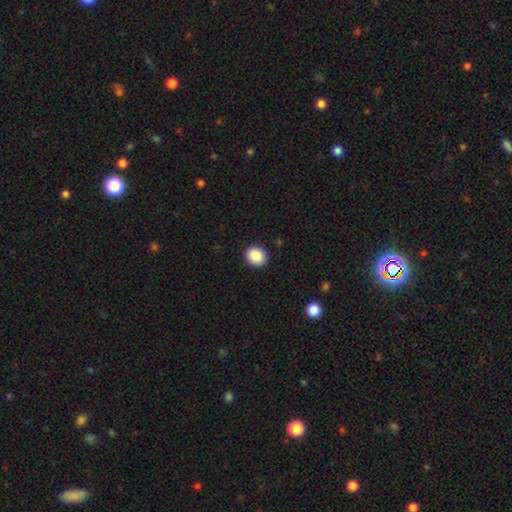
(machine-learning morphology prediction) Q: Smooth or featured?
A: smooth (89%); runner-up: star or artifact (8%)
Q: How rounded?
A: round (66%); runner-up: in between (33%)
Q: Merging?
A: none (90%); runner-up: minor disturbance (7%)